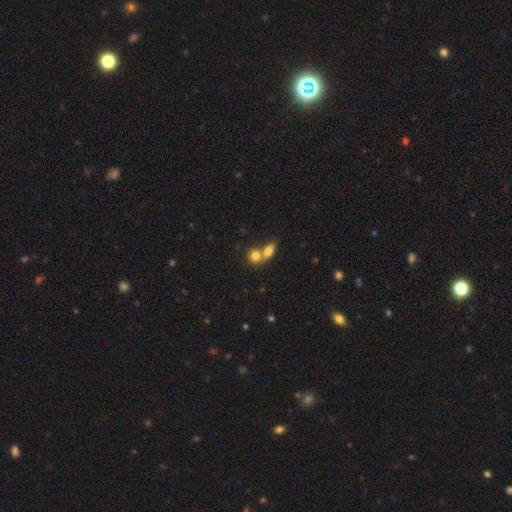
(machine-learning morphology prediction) Smooth or featured: smooth — 78% (featured or disk — 14%)
How rounded: round — 62% (in between — 34%)
Merging: merger — 62% (none — 29%)